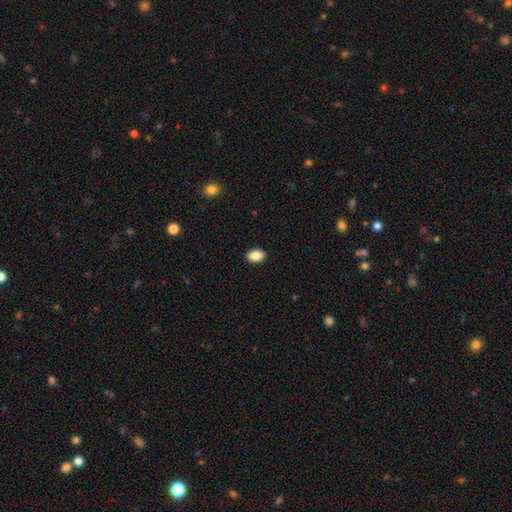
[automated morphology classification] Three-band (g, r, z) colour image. It shows a smooth galaxy with no disk features (88%) that is in between round and cigar-shaped (87%). Merging: none (90%).